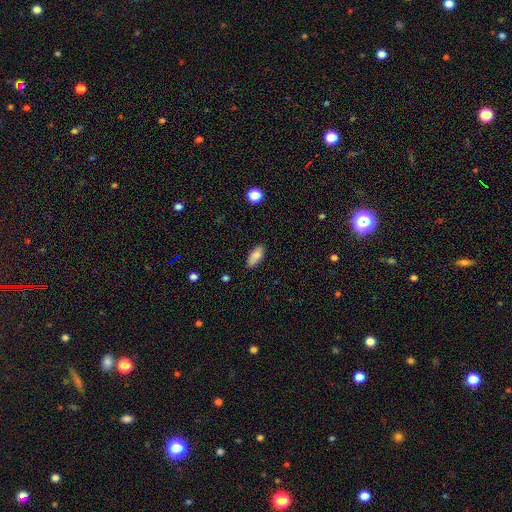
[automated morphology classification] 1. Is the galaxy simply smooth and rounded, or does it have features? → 83% smooth, 10% featured or disk, 7% star or artifact.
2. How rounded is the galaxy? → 80% in between, 17% cigar-shaped, 2% round.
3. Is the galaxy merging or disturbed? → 84% none, 12% minor disturbance, 2% major disturbance, 1% merger.